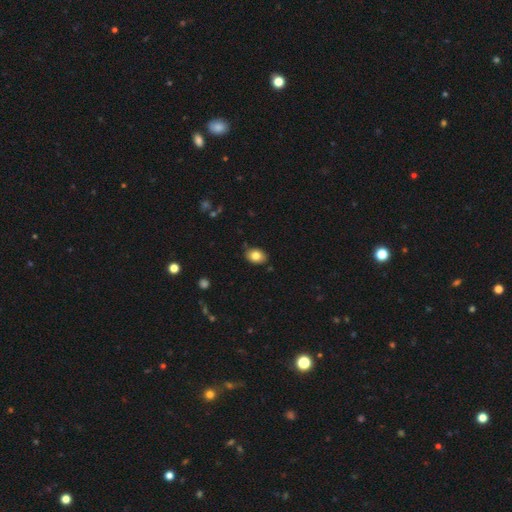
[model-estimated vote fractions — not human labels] smooth 82%, featured or disk 9%, star or artifact 9%. Down the decision tree: how rounded — in between (74%); merging — none (84%).